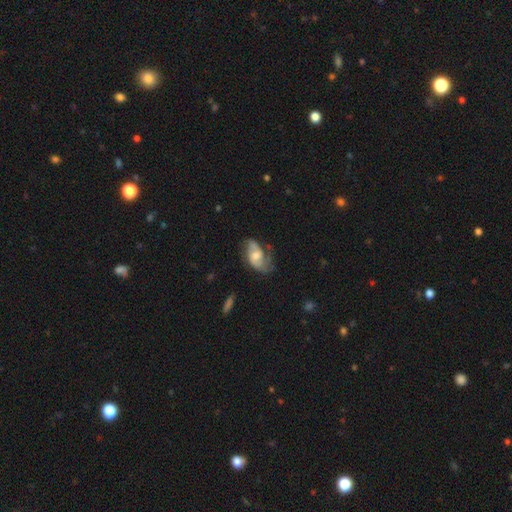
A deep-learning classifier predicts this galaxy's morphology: This is likely a featured or disk galaxy (69%). It is clearly not viewed edge-on (96%). Bar: likely no (63%). Spiral arm pattern: clearly yes (88%). Spiral arm count: likely 2 (68%). Spiral winding: marginally medium (44%). Central bulge: possibly moderate (58%). Merging: possibly none (49%).